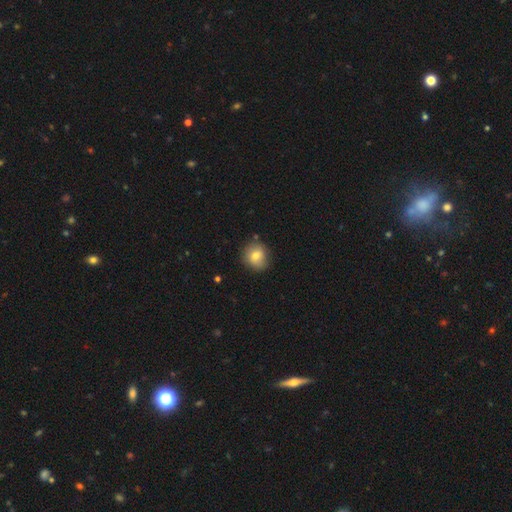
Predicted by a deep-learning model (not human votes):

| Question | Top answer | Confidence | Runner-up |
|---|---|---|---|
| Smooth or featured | smooth | 75% | featured or disk (16%) |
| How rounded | round | 83% | in between (16%) |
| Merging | none | 79% | minor disturbance (16%) |